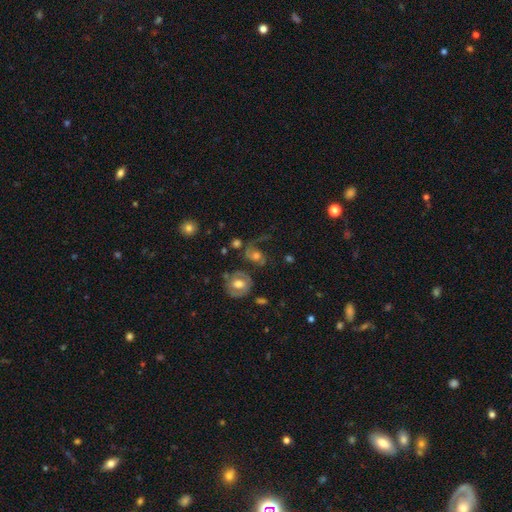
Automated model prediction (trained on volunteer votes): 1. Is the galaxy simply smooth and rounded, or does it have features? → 56% featured or disk, 33% smooth, 11% star or artifact.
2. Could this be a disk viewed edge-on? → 96% no, 4% yes.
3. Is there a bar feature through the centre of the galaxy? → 71% no, 22% weak, 7% strong.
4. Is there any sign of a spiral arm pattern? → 70% yes, 30% no.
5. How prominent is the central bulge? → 58% moderate, 22% large, 13% small, 4% none, 3% dominant.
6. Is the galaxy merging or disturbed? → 39% none, 33% major disturbance, 16% minor disturbance, 13% merger.